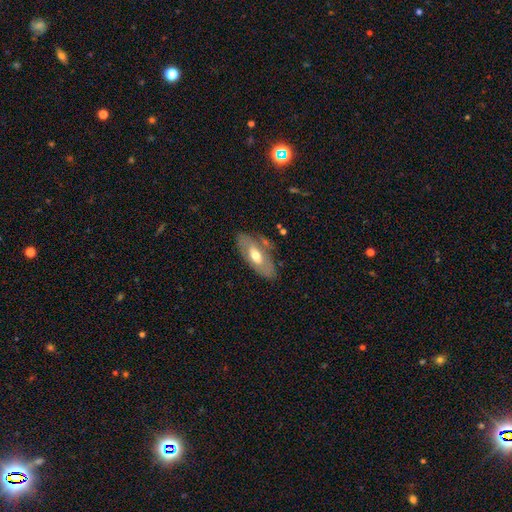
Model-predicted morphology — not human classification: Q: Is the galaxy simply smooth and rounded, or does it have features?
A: featured or disk — 47%, tied with smooth.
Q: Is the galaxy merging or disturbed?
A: none — 74%.